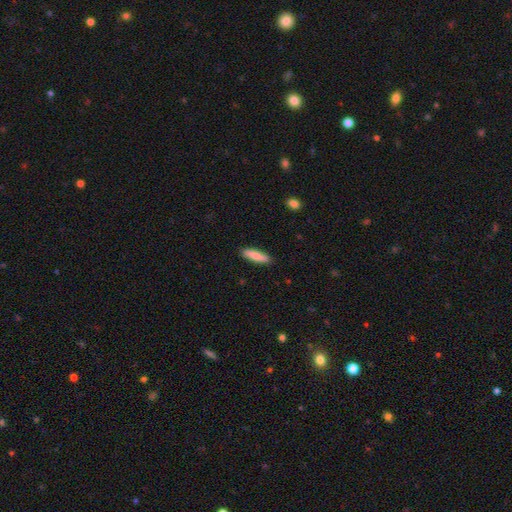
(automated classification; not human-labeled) smooth-or-featured: smooth: 82% | featured or disk: 12% | star or artifact: 6%
  how-rounded: cigar-shaped: 73% | in between: 25% | round: 2%
  merging: none: 88% | minor disturbance: 9% | major disturbance: 2% | merger: 1%